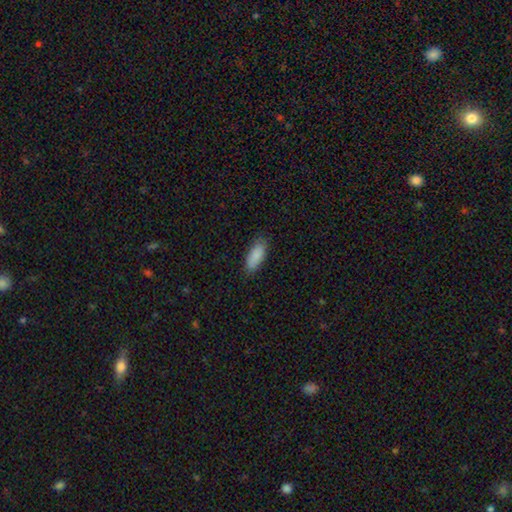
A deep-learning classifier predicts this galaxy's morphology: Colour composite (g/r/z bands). It shows a smooth galaxy with no disk features (88%) that is in between round and cigar-shaped (80%). Merging: none (80%).